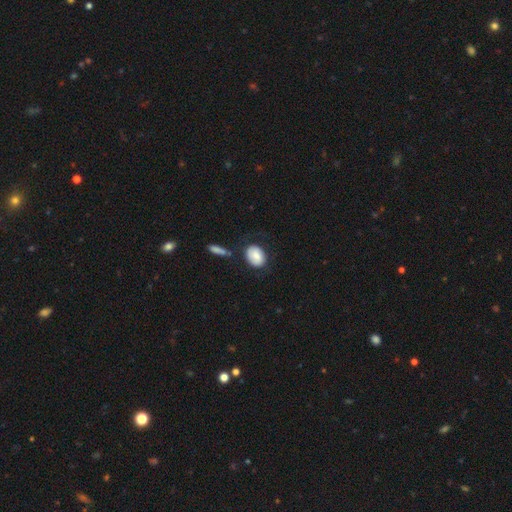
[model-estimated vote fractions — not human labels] Q: Smooth or featured?
A: smooth (80%); runner-up: featured or disk (13%)
Q: How rounded?
A: in between (65%); runner-up: round (34%)
Q: Merging?
A: none (71%); runner-up: minor disturbance (17%)